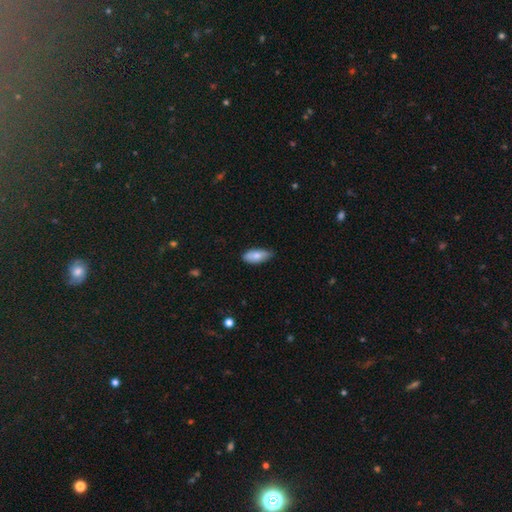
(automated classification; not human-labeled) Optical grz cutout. It shows a smooth galaxy with no disk features (77%) that is in between round and cigar-shaped (86%). Merging: none (71%).